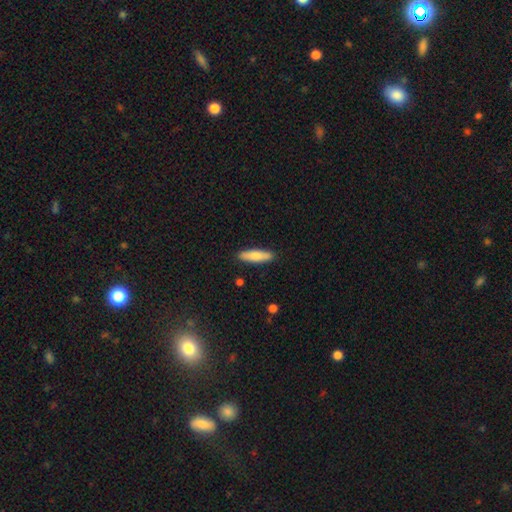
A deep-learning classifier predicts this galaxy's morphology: smooth-or-featured: smooth: 79% | featured or disk: 15% | star or artifact: 5%
  how-rounded: cigar-shaped: 66% | in between: 32% | round: 2%
  merging: none: 89% | minor disturbance: 8% | major disturbance: 2% | merger: 1%